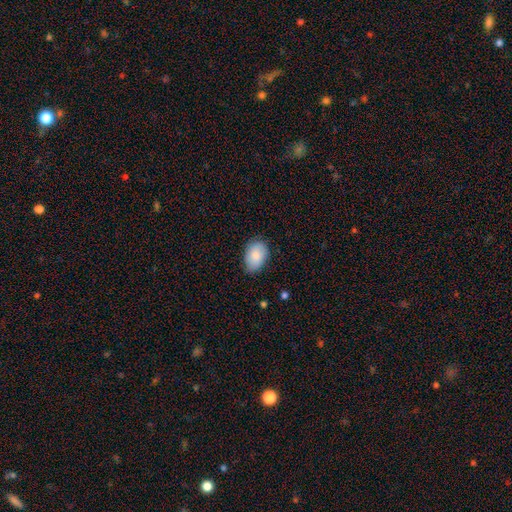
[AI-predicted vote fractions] Smooth or featured: smooth — 85% (featured or disk — 8%)
How rounded: in between — 86% (round — 13%)
Merging: none — 79% (minor disturbance — 17%)